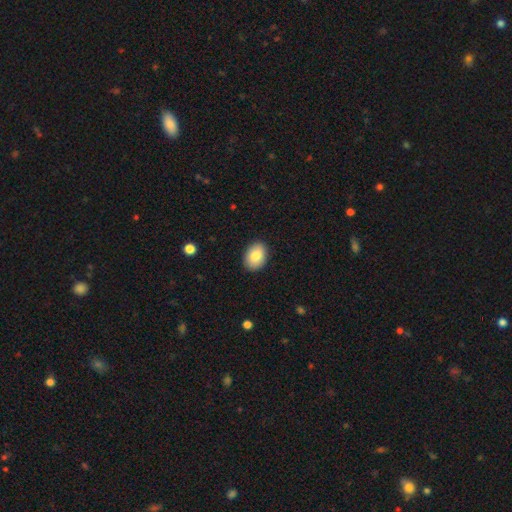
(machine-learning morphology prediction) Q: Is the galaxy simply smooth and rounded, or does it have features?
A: smooth — 84%.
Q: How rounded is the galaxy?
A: in between — 76%.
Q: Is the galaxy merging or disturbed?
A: none — 89%.